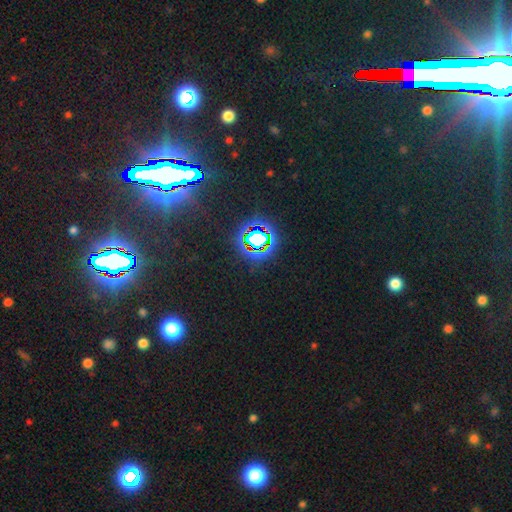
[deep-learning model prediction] The model was most divided on "smooth or featured": star or artifact: 83%, smooth: 10%, featured or disk: 7%.